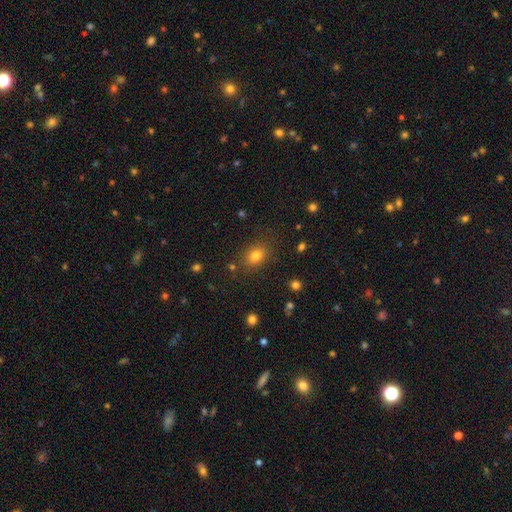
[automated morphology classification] Q: Smooth or featured?
A: smooth (79%); runner-up: star or artifact (13%)
Q: How rounded?
A: in between (62%); runner-up: round (37%)
Q: Merging?
A: none (80%); runner-up: minor disturbance (13%)